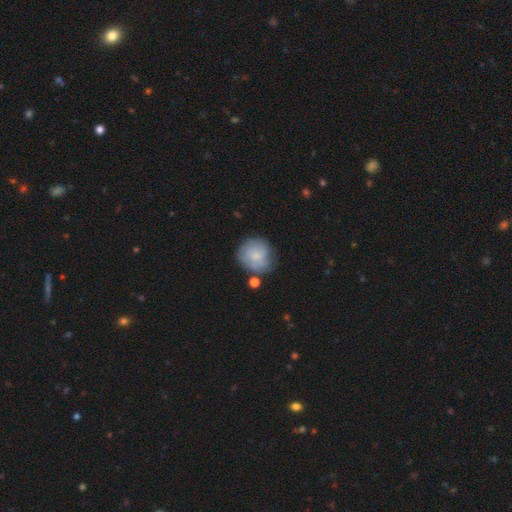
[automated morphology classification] Smooth or featured?
  - smooth: 57% *
  - featured or disk: 34%
  - star or artifact: 8%
How rounded?
  - round: 85% *
  - in between: 14%
  - cigar-shaped: 1%
Merging?
  - none: 61% *
  - minor disturbance: 23%
  - major disturbance: 10%
  - merger: 7%